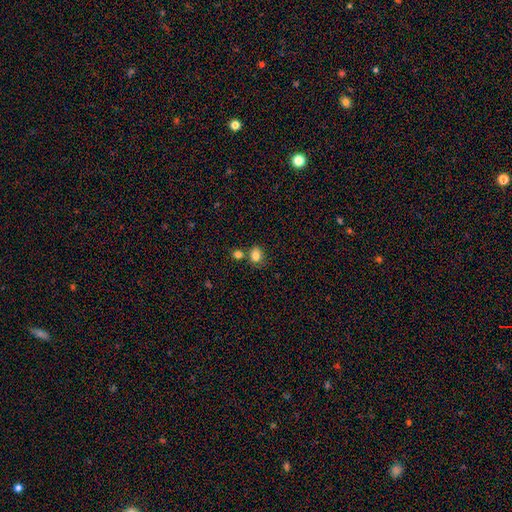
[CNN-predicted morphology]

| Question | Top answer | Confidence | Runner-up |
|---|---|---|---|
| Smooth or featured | smooth | 82% | star or artifact (11%) |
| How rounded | round | 55% | in between (44%) |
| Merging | none | 64% | merger (19%) |